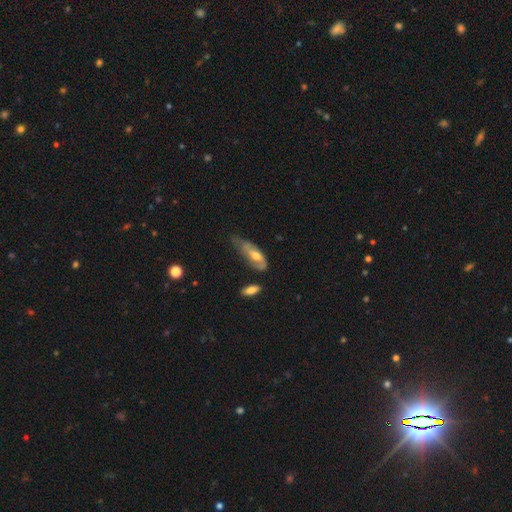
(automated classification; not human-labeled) Q: Smooth or featured?
A: smooth (52%); runner-up: featured or disk (41%)
Q: How rounded?
A: in between (70%); runner-up: cigar-shaped (28%)
Q: Merging?
A: minor disturbance (40%); runner-up: major disturbance (28%)